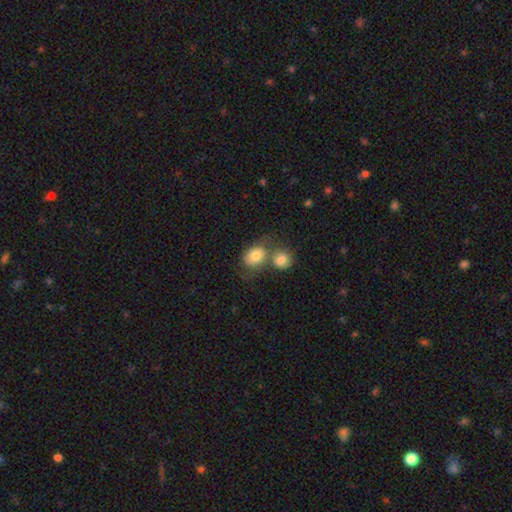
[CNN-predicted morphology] This appears to be a smooth galaxy with no disk features (79%) that is in between round and cigar-shaped (54%). Merging: merger (50%).